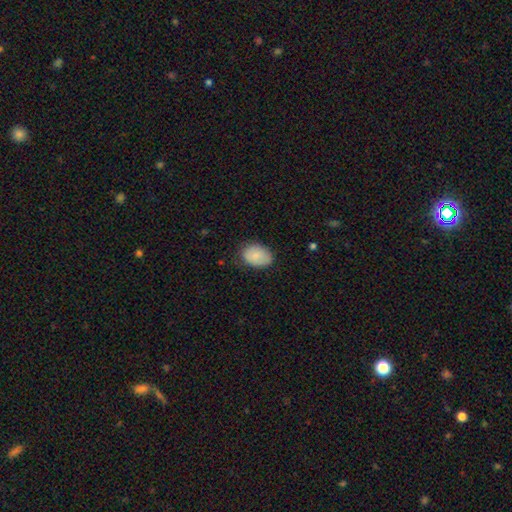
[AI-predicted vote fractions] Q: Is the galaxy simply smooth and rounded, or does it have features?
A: smooth — 83%.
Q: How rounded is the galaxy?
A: in between — 81%.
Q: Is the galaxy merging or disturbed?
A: none — 73%.